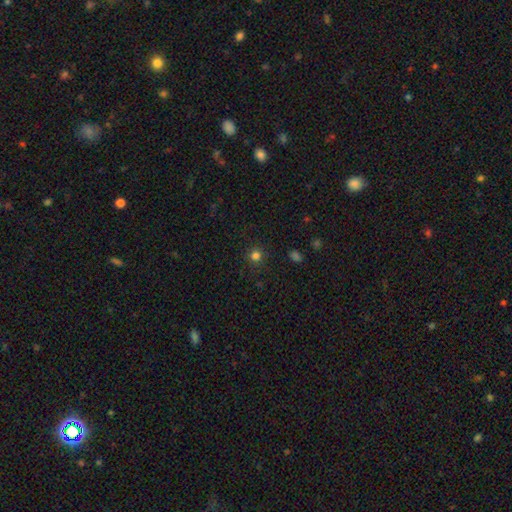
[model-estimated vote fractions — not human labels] Smooth or featured? smooth (78%)
How rounded? round (93%)
Merging? none (89%)